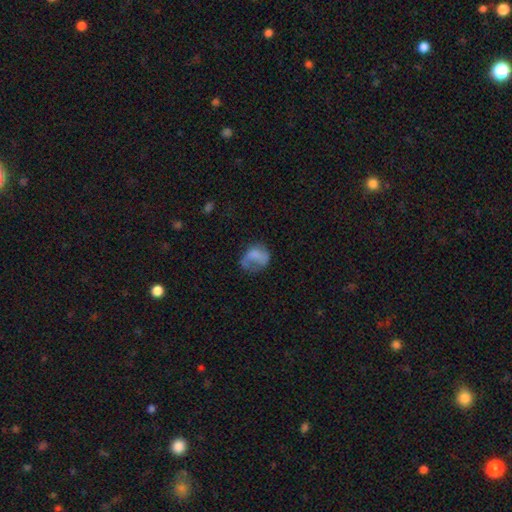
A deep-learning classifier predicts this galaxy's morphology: type=smooth (60%); roundness=round (50%); merging=major disturbance (35%).